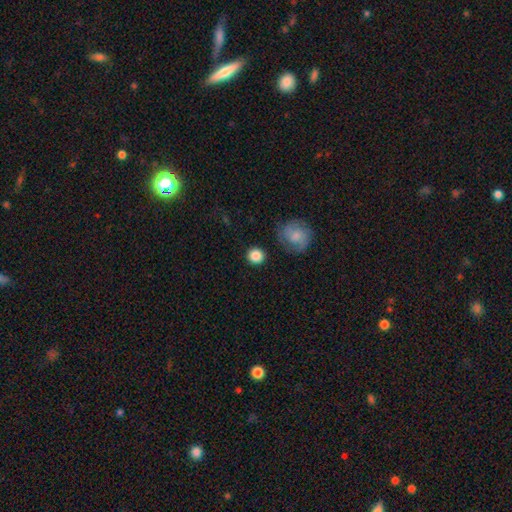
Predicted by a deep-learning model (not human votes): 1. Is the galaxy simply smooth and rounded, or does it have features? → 86% smooth, 8% star or artifact, 6% featured or disk.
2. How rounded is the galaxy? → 92% round, 7% in between, 1% cigar-shaped.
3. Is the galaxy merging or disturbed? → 87% none, 8% minor disturbance, 3% major disturbance, 3% merger.